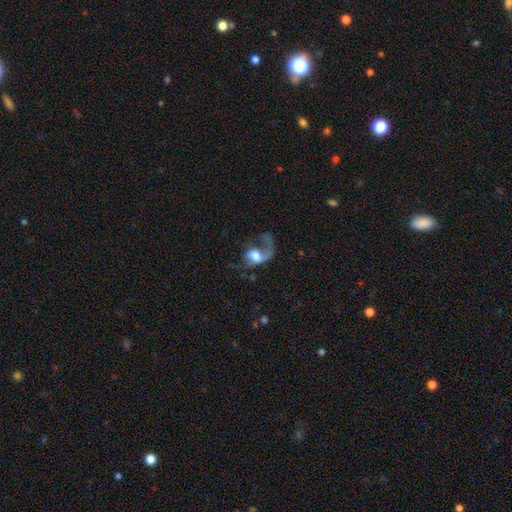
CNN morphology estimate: A featured or disk galaxy (62%) with no bar (61%), spiral arms (79%) and a large central bulge (42%). Merging: major disturbance (58%).